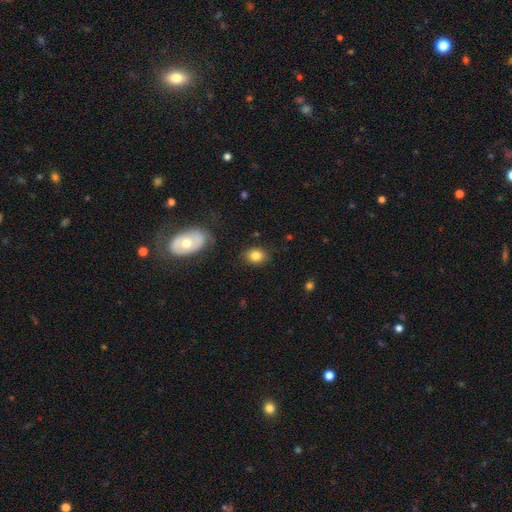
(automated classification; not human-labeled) The model was most divided on "how rounded": in between: 57%, round: 41%, cigar-shaped: 1%. More confident: merging — none (84%); smooth or featured — smooth (83%).